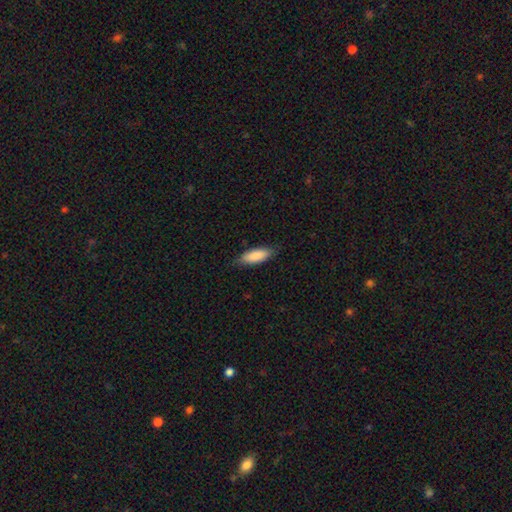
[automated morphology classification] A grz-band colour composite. It shows a smooth galaxy with no disk features (86%) that is in between round and cigar-shaped (67%). Merging: none (81%).